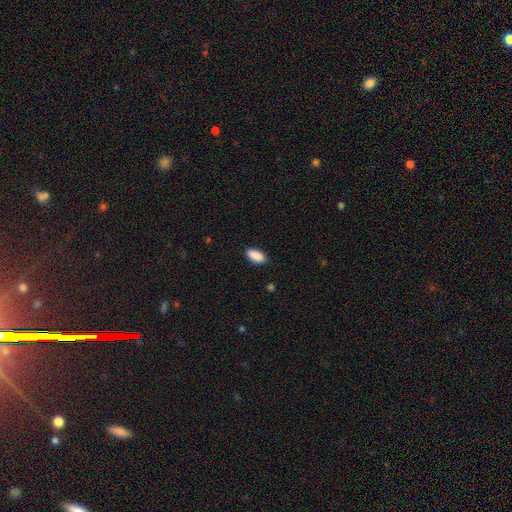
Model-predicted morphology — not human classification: smooth_or_featured: smooth (p=0.90) [alt: star or artifact p=0.07]
how_rounded: in between (p=0.93) [alt: cigar-shaped p=0.04]
merging: none (p=0.88) [alt: minor disturbance p=0.09]